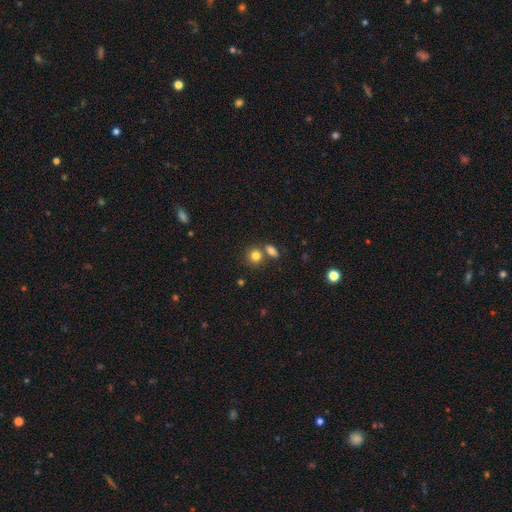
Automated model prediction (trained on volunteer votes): Morphology: type=smooth (81%); roundness=round (77%); merging=none (60%).